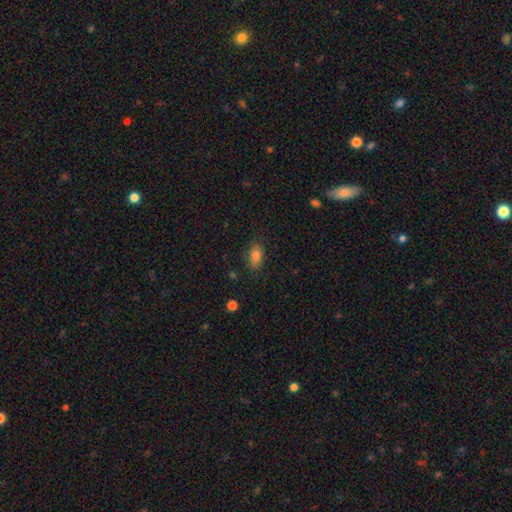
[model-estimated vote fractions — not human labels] Smooth or featured? smooth (82%)
How rounded? in between (86%)
Merging? none (80%)